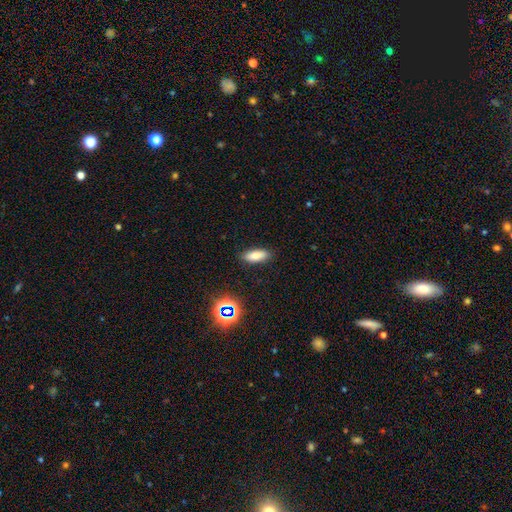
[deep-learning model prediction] Smooth or featured?
  - smooth: 81% *
  - star or artifact: 12%
  - featured or disk: 8%
How rounded?
  - in between: 76% *
  - cigar-shaped: 21%
  - round: 3%
Merging?
  - none: 86% *
  - minor disturbance: 10%
  - major disturbance: 3%
  - merger: 1%